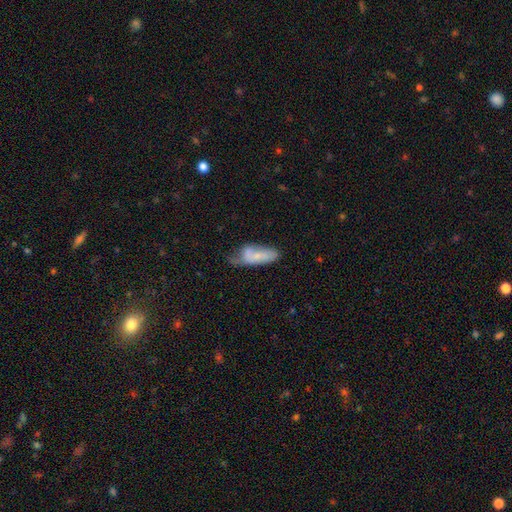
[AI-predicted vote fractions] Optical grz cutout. It shows a smooth galaxy with no disk features (62%) that is in between round and cigar-shaped (74%). Merging: minor disturbance (33%).